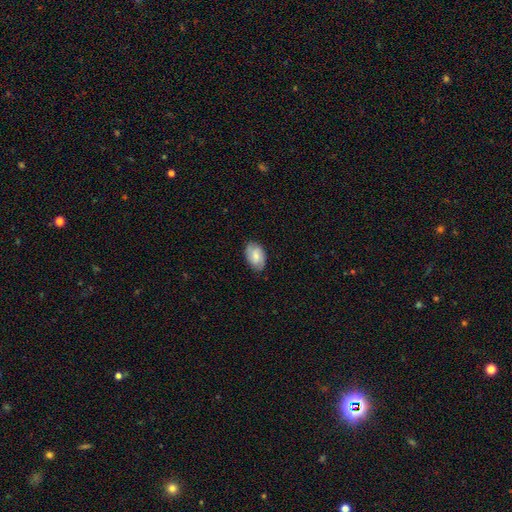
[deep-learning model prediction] Morphology: type=smooth (67%); roundness=in between (90%); merging=none (80%).